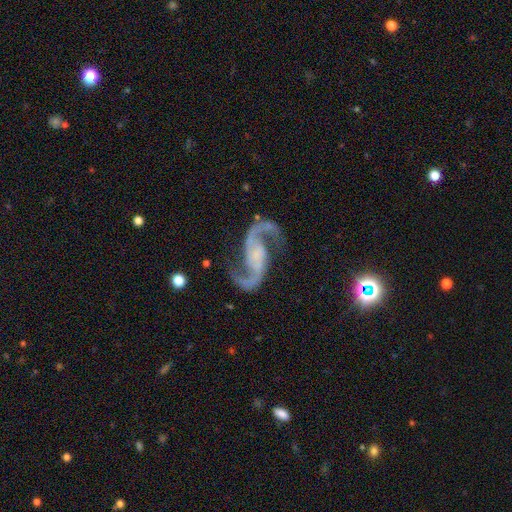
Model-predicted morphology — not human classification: featured or disk 93%, star or artifact 5%, smooth 3%. Down the decision tree: edge-on disk — no (98%); bar — no (45%); spiral arms — yes (98%); spiral arm count — 2 (95%); spiral winding — loose (50%); bulge size — none (40%); merging — none (79%).